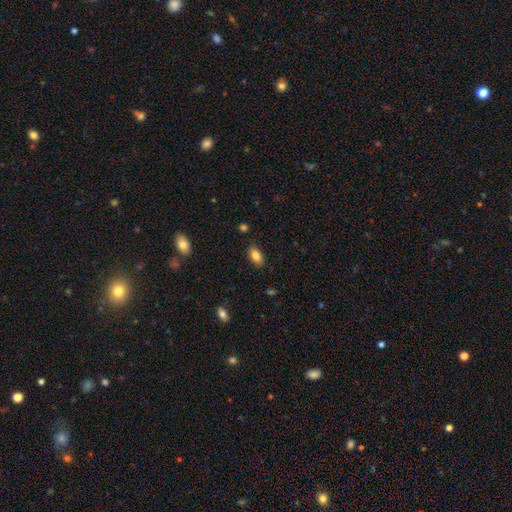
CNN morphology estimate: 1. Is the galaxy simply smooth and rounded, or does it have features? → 84% smooth, 9% featured or disk, 8% star or artifact.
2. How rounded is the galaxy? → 91% in between, 5% round, 4% cigar-shaped.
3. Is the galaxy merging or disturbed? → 84% none, 12% minor disturbance, 3% major disturbance, 1% merger.